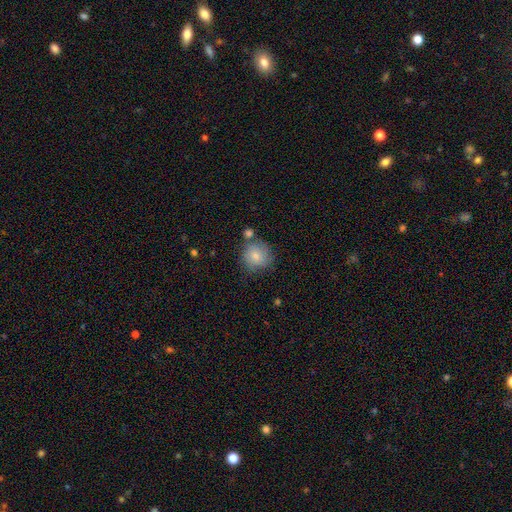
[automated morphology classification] This is clearly a smooth galaxy (81%). How rounded: clearly round (87%). Merging: likely none (66%).